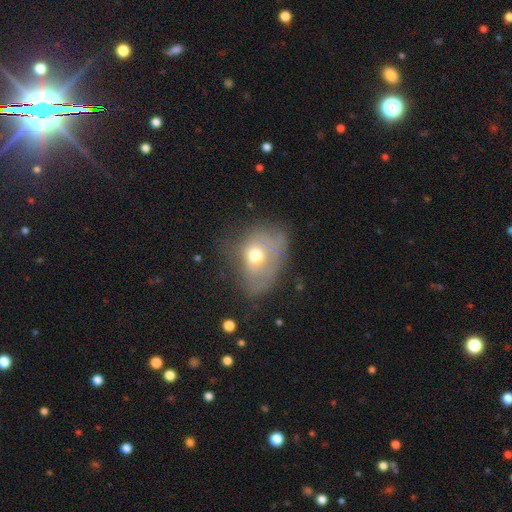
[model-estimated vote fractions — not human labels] This appears to be a smooth galaxy with no disk features (55%) that is in between round and cigar-shaped (68%). Merging: none (36%).